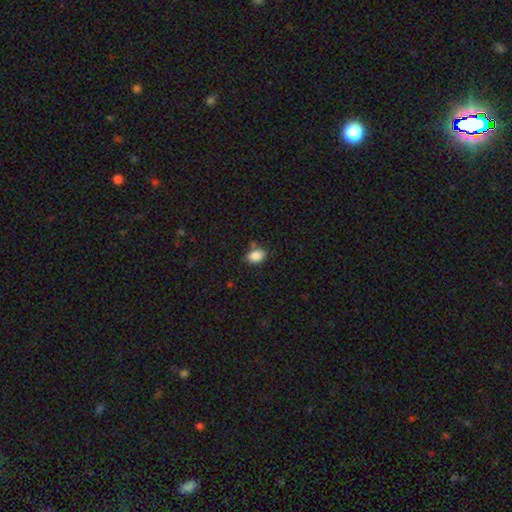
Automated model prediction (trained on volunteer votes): smooth_or_featured: smooth (p=0.88) [alt: star or artifact p=0.08]
how_rounded: in between (p=0.75) [alt: round p=0.24]
merging: none (p=0.77) [alt: minor disturbance p=0.14]